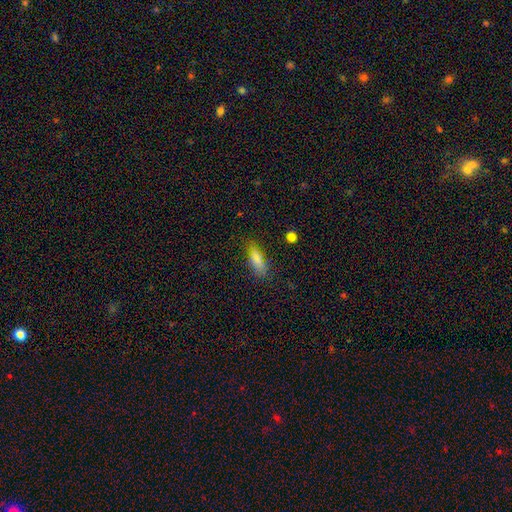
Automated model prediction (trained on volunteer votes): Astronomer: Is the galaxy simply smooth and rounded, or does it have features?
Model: smooth — 77%.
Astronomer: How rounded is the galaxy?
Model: cigar-shaped — 52% (runner-up: in between, 45%).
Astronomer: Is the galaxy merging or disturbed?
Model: none — 76%.